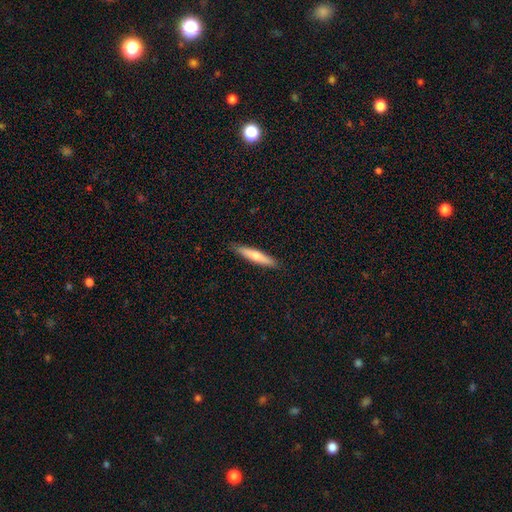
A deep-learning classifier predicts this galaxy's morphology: This is likely a smooth galaxy (63%). How rounded: clearly cigar-shaped (89%). Merging: clearly none (88%).